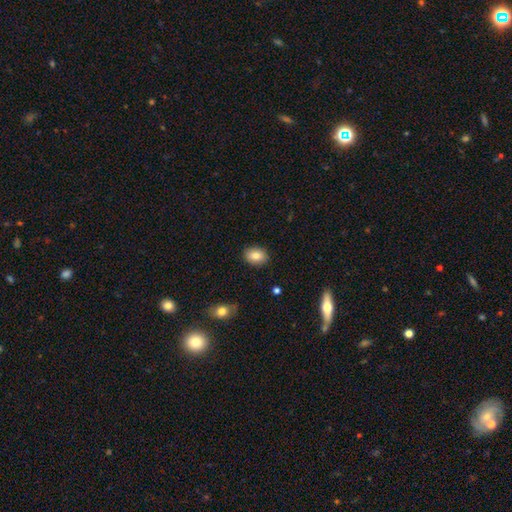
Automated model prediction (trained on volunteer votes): The model was most divided on "how rounded": in between: 67%, round: 32%, cigar-shaped: 1%. More confident: merging — none (89%); smooth or featured — smooth (84%).